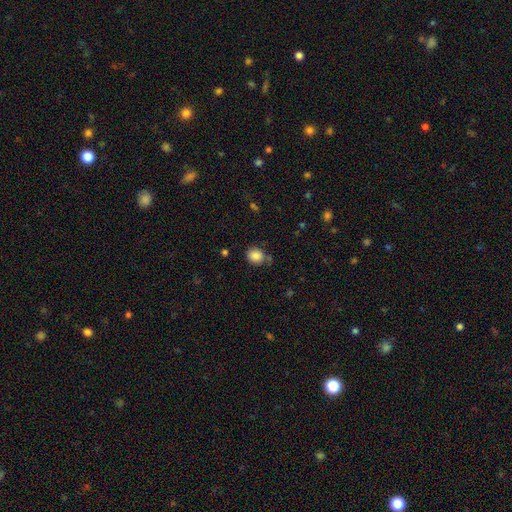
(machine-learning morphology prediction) A smooth galaxy with no disk features (86%) that is round (71%). Merging: none (71%).